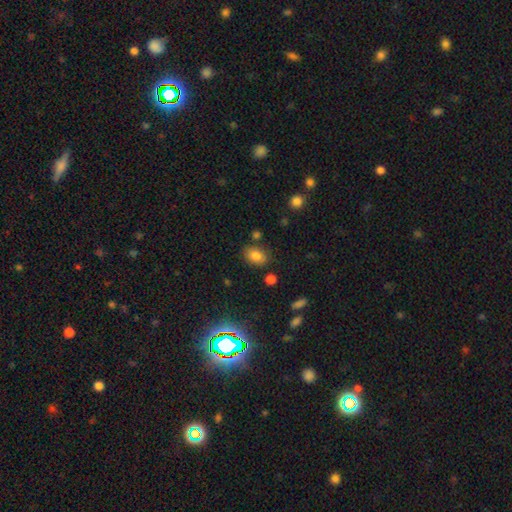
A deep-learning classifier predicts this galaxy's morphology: Overall: smooth (81%). How rounded: in between (80%). Merging: none (80%).